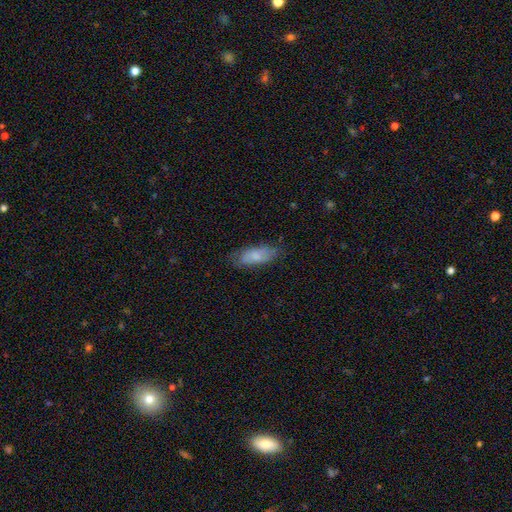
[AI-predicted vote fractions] Smooth or featured?
  - smooth: 73% *
  - featured or disk: 20%
  - star or artifact: 6%
How rounded?
  - in between: 75% *
  - cigar-shaped: 23%
  - round: 2%
Merging?
  - none: 71% *
  - minor disturbance: 22%
  - major disturbance: 6%
  - merger: 1%